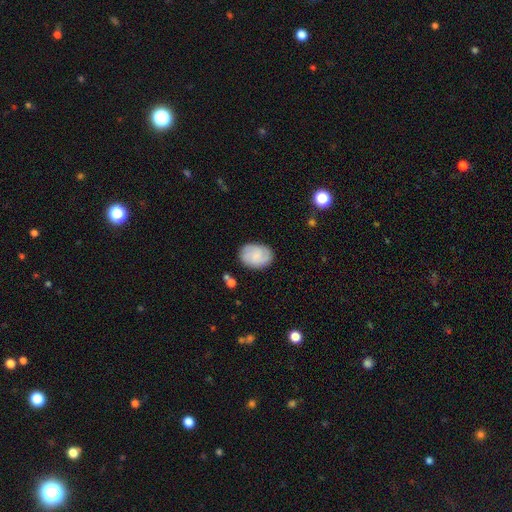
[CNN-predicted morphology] This appears to be a smooth galaxy with no disk features (67%) that is in between round and cigar-shaped (74%). Merging: none (81%).